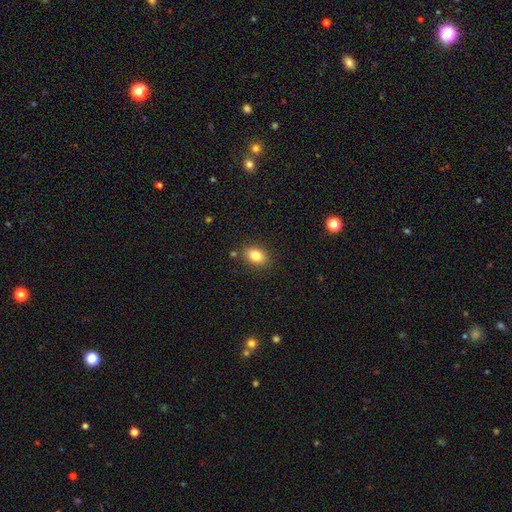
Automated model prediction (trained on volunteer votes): Smooth or featured?
  - smooth: 82% *
  - star or artifact: 10%
  - featured or disk: 8%
How rounded?
  - in between: 76% *
  - round: 22%
  - cigar-shaped: 1%
Merging?
  - none: 84% *
  - minor disturbance: 10%
  - merger: 3%
  - major disturbance: 3%